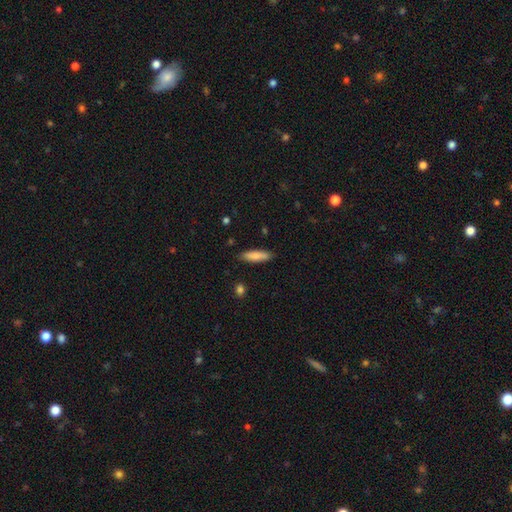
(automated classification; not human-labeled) smooth 83%, featured or disk 11%, star or artifact 6%. Down the decision tree: how rounded — cigar-shaped (63%); merging — none (87%).